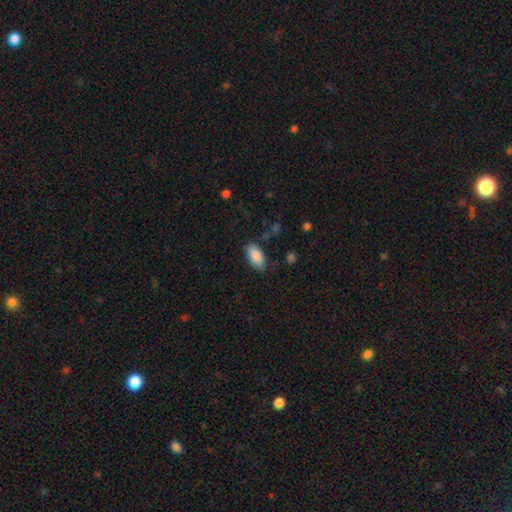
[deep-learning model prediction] The model was most divided on "merging": none: 78%, minor disturbance: 16%, major disturbance: 4%, merger: 2%. More confident: how rounded — in between (93%); smooth or featured — smooth (89%).